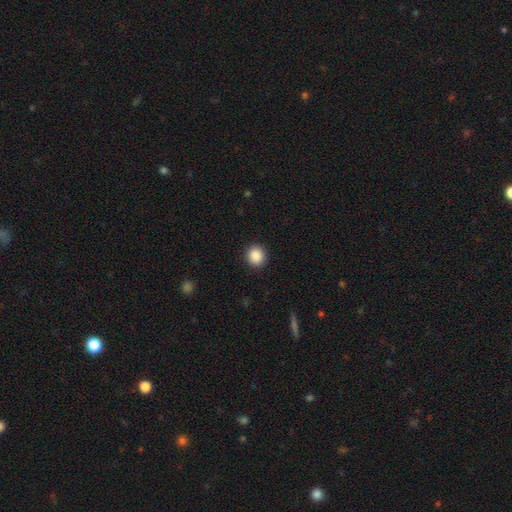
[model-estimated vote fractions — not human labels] A smooth galaxy with no disk features (88%) that is round (86%). Merging: none (91%).